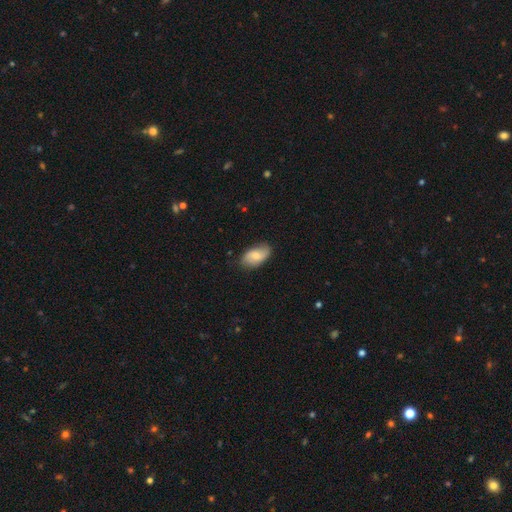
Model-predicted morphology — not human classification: smooth 64%, featured or disk 30%, star or artifact 7%. Down the decision tree: how rounded — in between (93%); merging — none (76%).